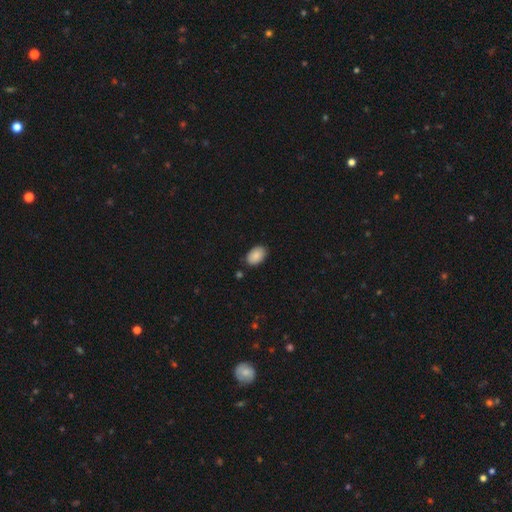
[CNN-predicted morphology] Smooth or featured? smooth (88%)
How rounded? in between (91%)
Merging? none (84%)